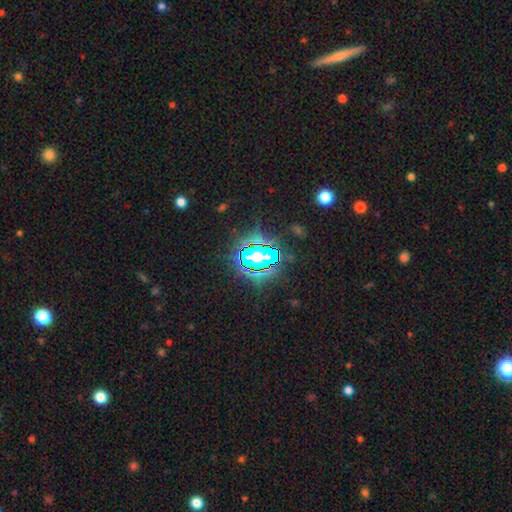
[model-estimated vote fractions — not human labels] Smooth or featured: star or artifact — 74% (smooth — 15%)